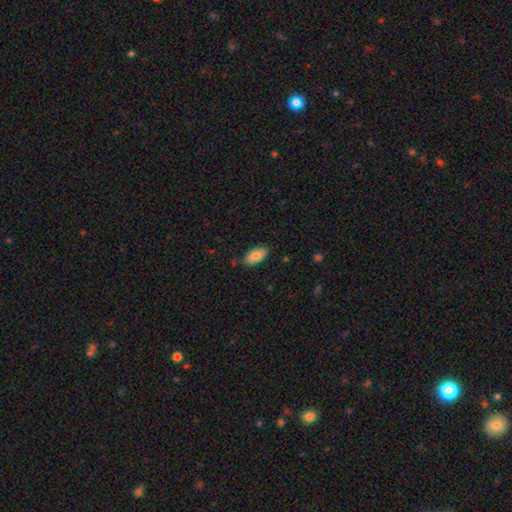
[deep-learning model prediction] smooth-or-featured: smooth: 84% | featured or disk: 9% | star or artifact: 7%
  how-rounded: in between: 93% | cigar-shaped: 4% | round: 2%
  merging: none: 82% | minor disturbance: 14% | major disturbance: 2% | merger: 2%